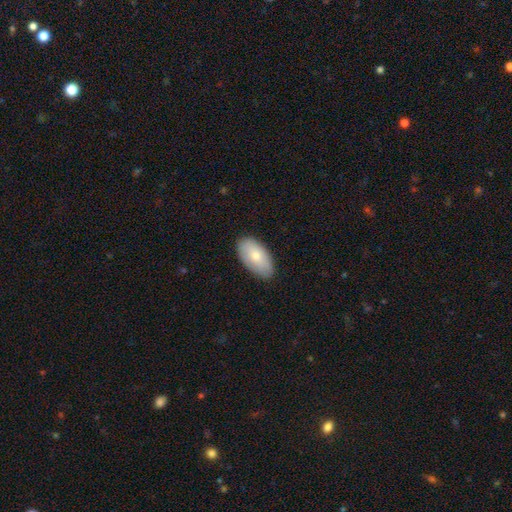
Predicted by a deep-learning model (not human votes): Smooth or featured? smooth (75%)
How rounded? in between (95%)
Merging? none (85%)